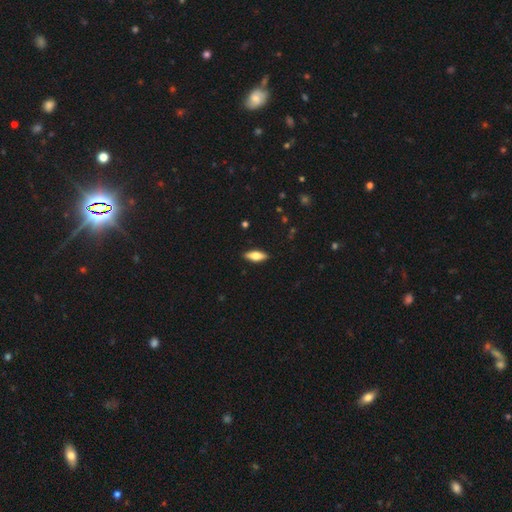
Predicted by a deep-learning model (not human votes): Morphology: type=smooth (67%); roundness=in between (68%); merging=none (89%).